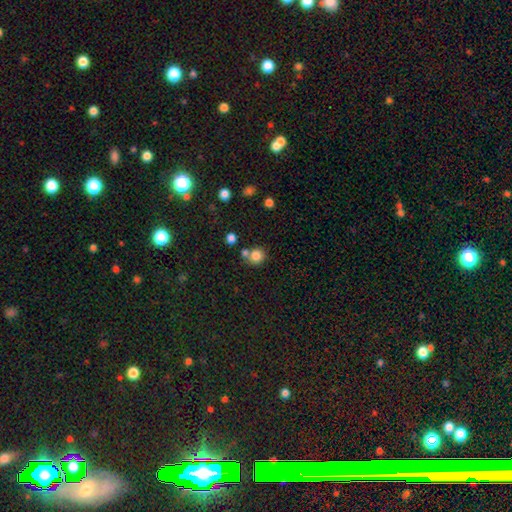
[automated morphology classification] smooth 82%, star or artifact 11%, featured or disk 7%. Down the decision tree: how rounded — round (87%); merging — none (61%).